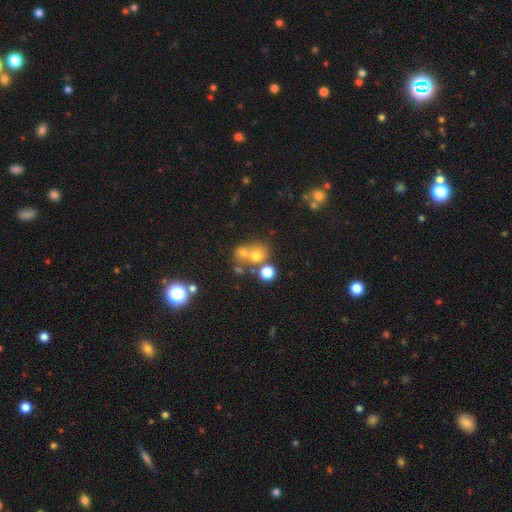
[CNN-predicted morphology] This appears to be a smooth galaxy with no disk features (65%) that is round (76%). Merging: none (45%).